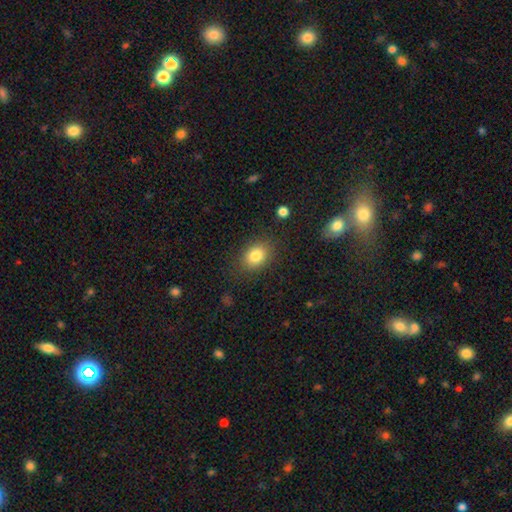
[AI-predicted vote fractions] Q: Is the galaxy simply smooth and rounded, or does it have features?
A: smooth — 83%.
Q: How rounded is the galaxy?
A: in between — 63%.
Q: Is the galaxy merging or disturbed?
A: none — 82%.